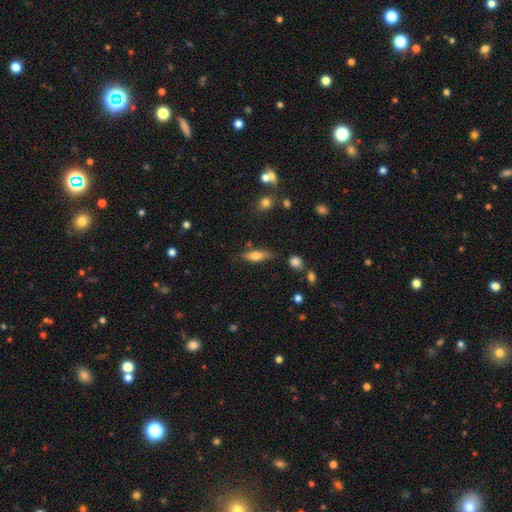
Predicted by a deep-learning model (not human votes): Morphology: type=smooth (62%); roundness=in between (54%); merging=none (75%).